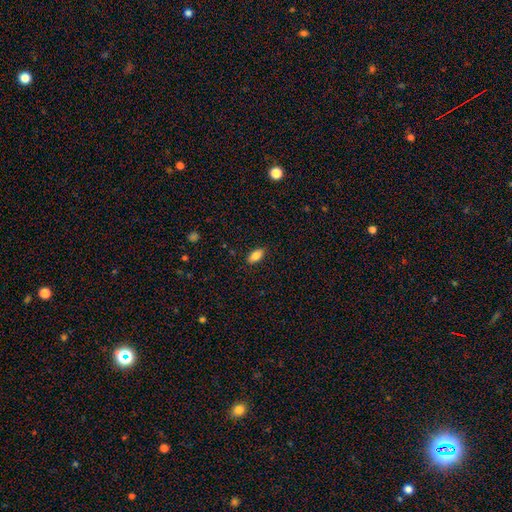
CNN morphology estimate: smooth 85%, featured or disk 8%, star or artifact 8%. Down the decision tree: how rounded — in between (89%); merging — none (87%).